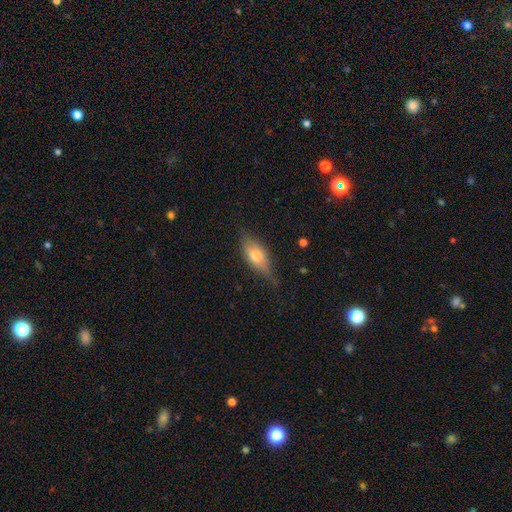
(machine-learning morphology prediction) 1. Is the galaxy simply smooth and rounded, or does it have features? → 58% smooth, 34% featured or disk, 7% star or artifact.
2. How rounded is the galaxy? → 75% in between, 21% cigar-shaped, 4% round.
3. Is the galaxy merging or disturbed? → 69% none, 24% minor disturbance, 6% major disturbance, 1% merger.